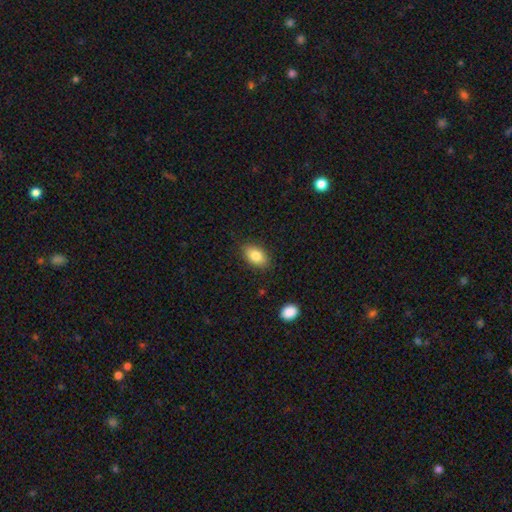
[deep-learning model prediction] Smooth or featured? Predicted: smooth (p=0.84). How rounded? Predicted: in between (p=0.89). Merging? Predicted: none (p=0.84).